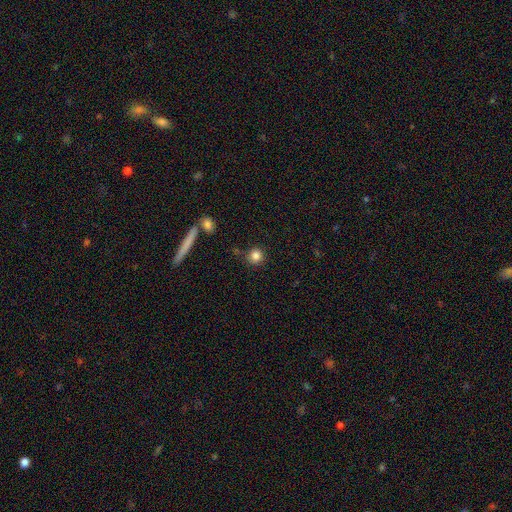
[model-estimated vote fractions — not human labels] The model was most divided on "smooth or featured": smooth: 84%, star or artifact: 11%, featured or disk: 6%. More confident: how rounded — round (92%); merging — none (83%).